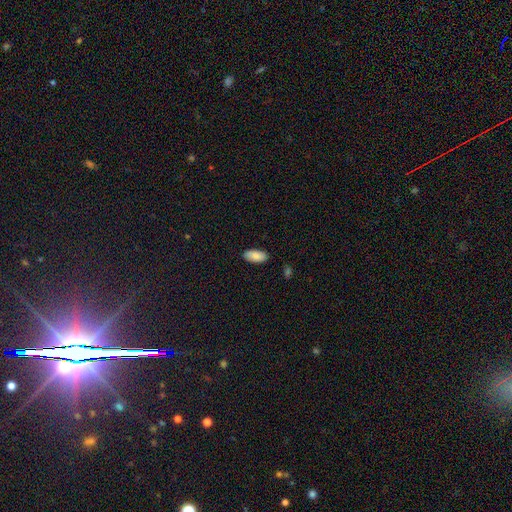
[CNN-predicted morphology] type=smooth (87%); roundness=in between (92%); merging=none (88%).